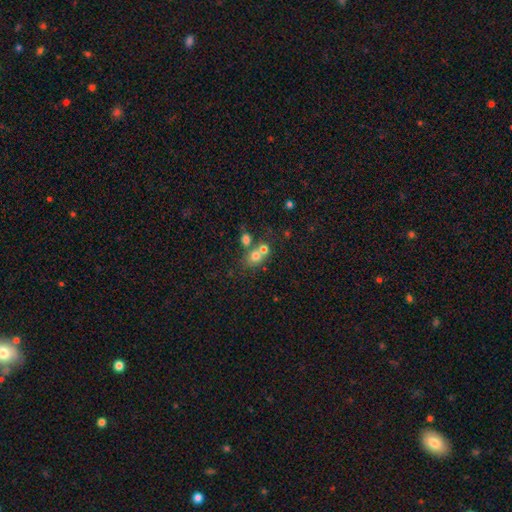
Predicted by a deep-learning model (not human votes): Overall: smooth (70%). How rounded: round (65%; in between 33%). Merging: merger (48%; none 39%).